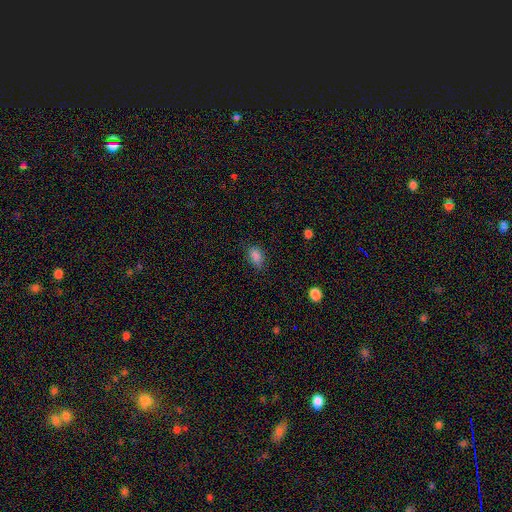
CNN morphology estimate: Smooth or featured? Predicted: smooth (p=0.85). How rounded? Predicted: in between (p=0.84). Merging? Predicted: none (p=0.74).